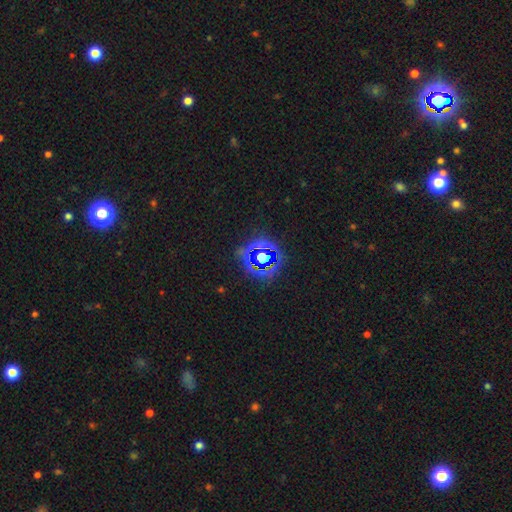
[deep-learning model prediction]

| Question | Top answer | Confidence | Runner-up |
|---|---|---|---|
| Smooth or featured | star or artifact | 80% | smooth (14%) |